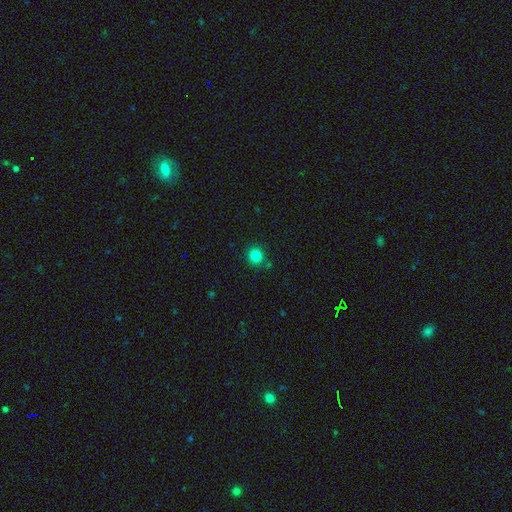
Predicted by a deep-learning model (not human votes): Morphology: type=smooth (83%); roundness=round (90%); merging=none (86%).